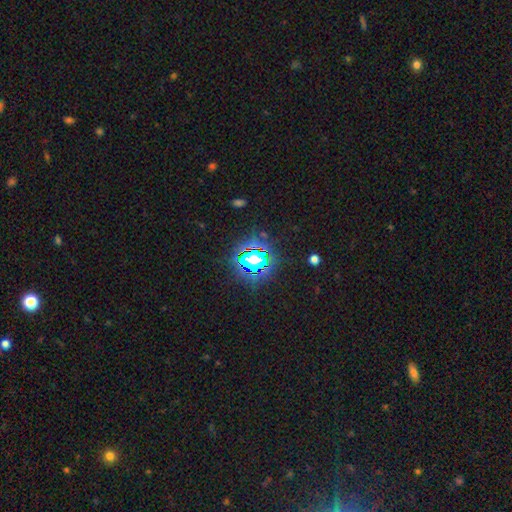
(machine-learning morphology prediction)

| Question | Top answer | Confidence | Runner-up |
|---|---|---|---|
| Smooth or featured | star or artifact | 81% | smooth (13%) |